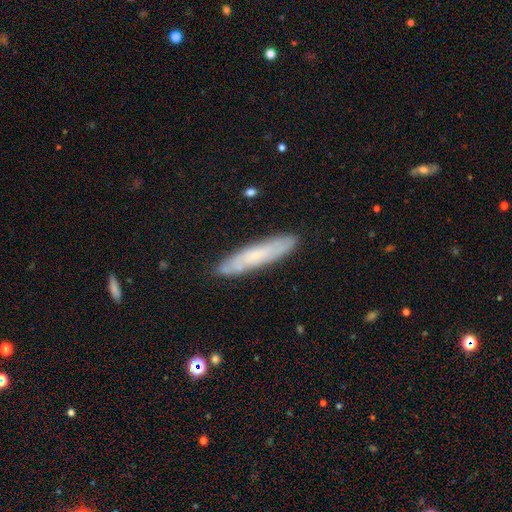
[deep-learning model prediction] This is possibly a smooth galaxy (50%). Merging: clearly none (84%).